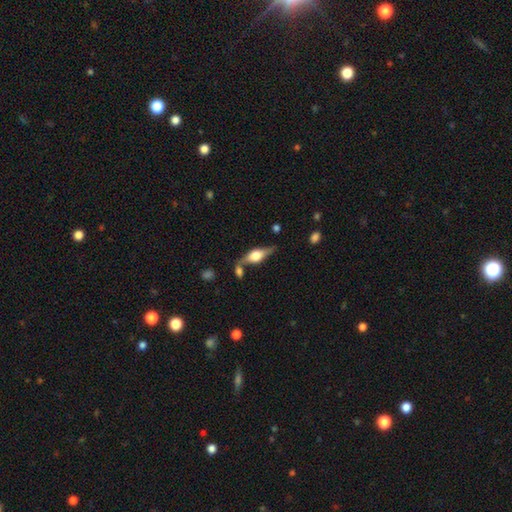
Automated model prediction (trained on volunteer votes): A featured or disk galaxy (64%) viewed edge-on (92%) with a rounded central bulge (90%).

Vote fractions:
- Smooth or featured? featured or disk: 64% / smooth: 29% / star or artifact: 7%
- Edge-on disk? yes: 92% / no: 8%
- Edge-on bulge? rounded: 90% / boxy: 8% / none: 2%
- Merging? none: 64% / minor disturbance: 16% / merger: 14% / major disturbance: 6%